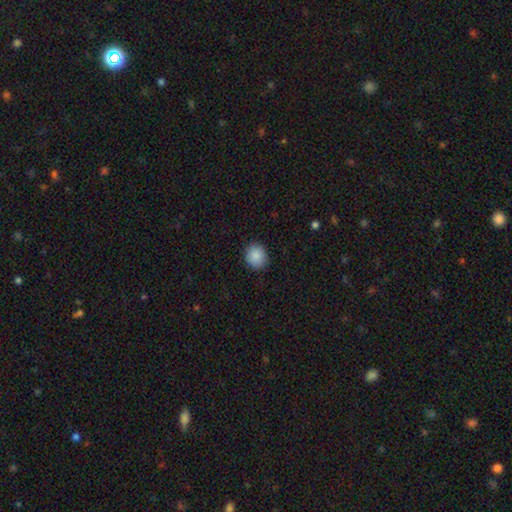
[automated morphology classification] Smooth or featured: smooth — 89% (star or artifact — 8%)
How rounded: round — 73% (in between — 26%)
Merging: none — 88% (minor disturbance — 9%)